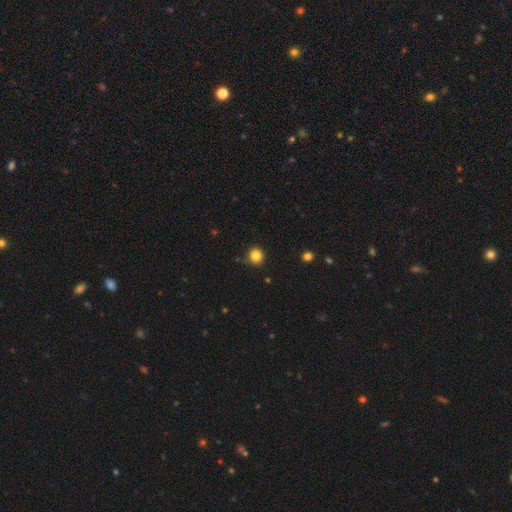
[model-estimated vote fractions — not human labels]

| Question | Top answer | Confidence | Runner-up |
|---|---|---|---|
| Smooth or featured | smooth | 84% | star or artifact (12%) |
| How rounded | round | 91% | in between (8%) |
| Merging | none | 88% | minor disturbance (8%) |